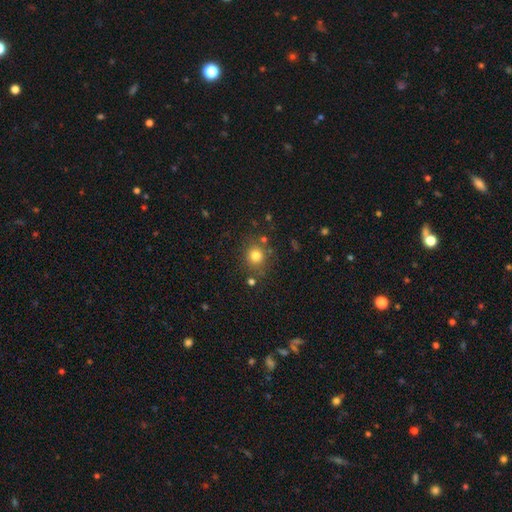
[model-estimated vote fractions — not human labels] Smooth or featured? smooth (78%)
How rounded? round (85%)
Merging? none (78%)